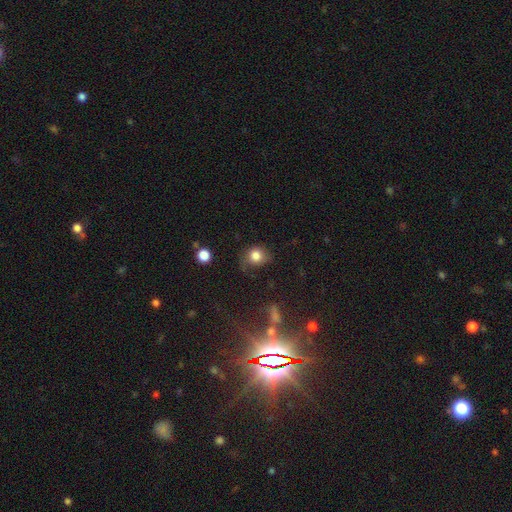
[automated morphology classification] This appears to be a smooth galaxy with no disk features (81%) that is round (77%). Merging: none (59%).